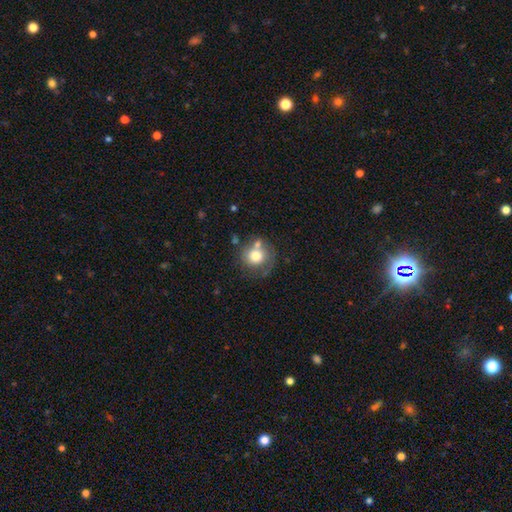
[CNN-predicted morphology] This is likely a smooth galaxy (72%). How rounded: clearly round (86%). Merging: possibly none (54%).